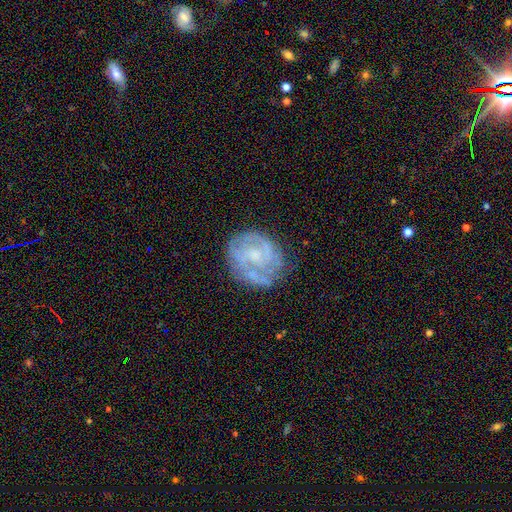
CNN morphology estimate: Q: Smooth or featured?
A: featured or disk (75%); runner-up: smooth (18%)
Q: Edge-on disk?
A: no (98%); runner-up: yes (2%)
Q: Bar?
A: no (64%); runner-up: weak (31%)
Q: Spiral arms?
A: yes (74%); runner-up: no (26%)
Q: Spiral winding?
A: tight (53%); runner-up: medium (35%)
Q: Spiral arm count?
A: can't tell (40%); runner-up: 2 (32%)
Q: Bulge size?
A: small (48%); runner-up: moderate (34%)
Q: Merging?
A: none (62%); runner-up: minor disturbance (23%)